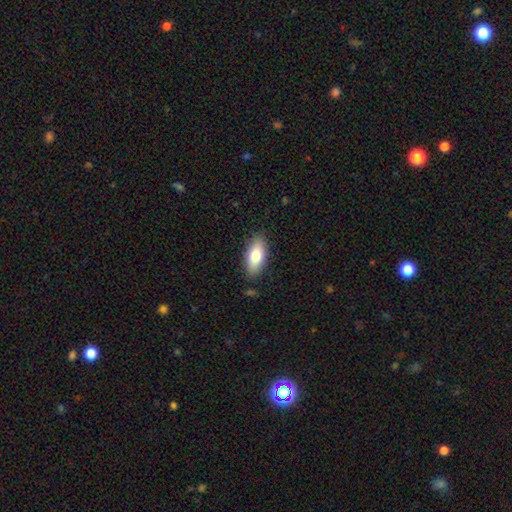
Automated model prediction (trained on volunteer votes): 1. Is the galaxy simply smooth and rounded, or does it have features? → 76% smooth, 17% featured or disk, 7% star or artifact.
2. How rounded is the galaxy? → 86% in between, 11% cigar-shaped, 3% round.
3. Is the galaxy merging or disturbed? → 85% none, 11% minor disturbance, 2% major disturbance, 2% merger.